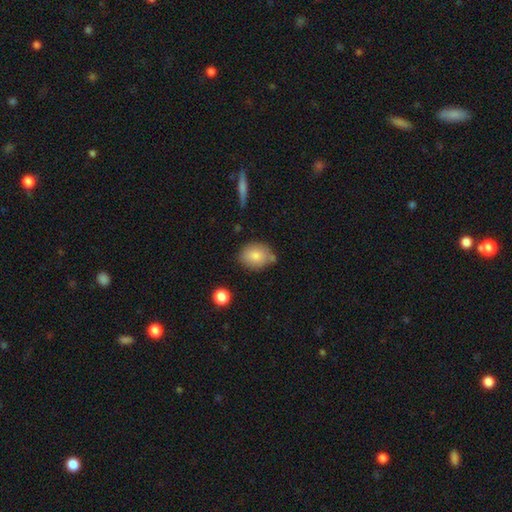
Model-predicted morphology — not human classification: Smooth or featured? Predicted: smooth (p=0.82). How rounded? Predicted: in between (p=0.55). Merging? Predicted: none (p=0.66).